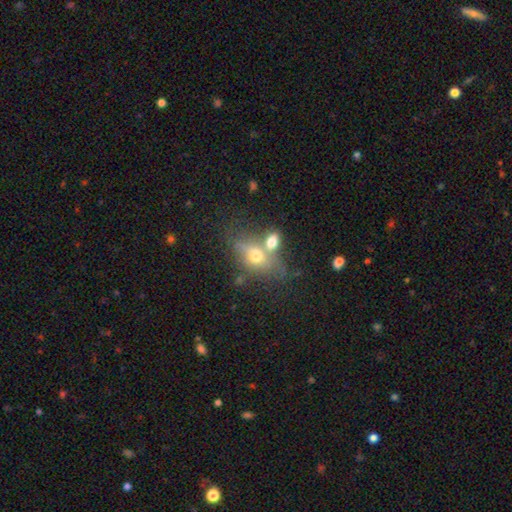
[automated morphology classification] Smooth or featured? smooth (60%)
How rounded? in between (71%)
Merging? merger (50%)